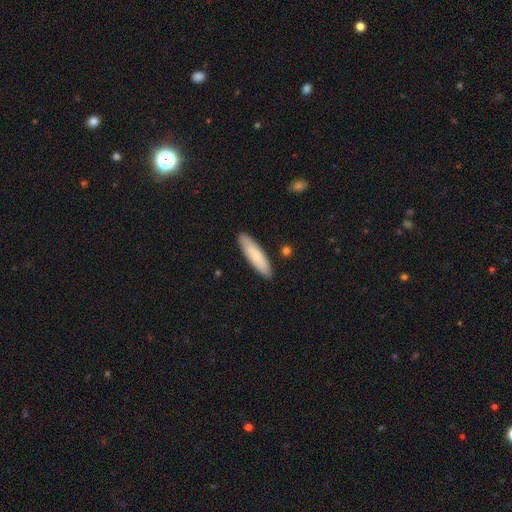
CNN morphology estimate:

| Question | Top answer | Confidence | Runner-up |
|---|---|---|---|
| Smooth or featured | smooth | 81% | featured or disk (13%) |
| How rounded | cigar-shaped | 75% | in between (24%) |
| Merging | none | 90% | minor disturbance (8%) |